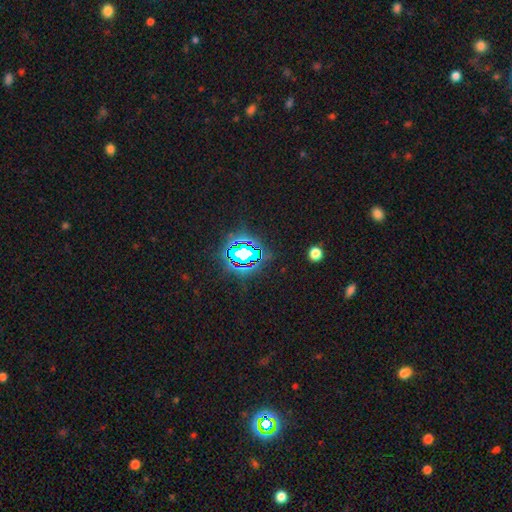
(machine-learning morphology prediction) This appears to be a star or artifact, not a galaxy (82%).